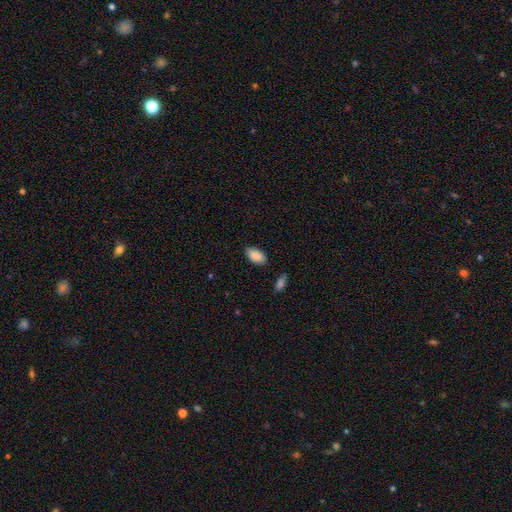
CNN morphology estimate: smooth 89%, star or artifact 7%, featured or disk 5%. Down the decision tree: how rounded — in between (94%); merging — none (83%).